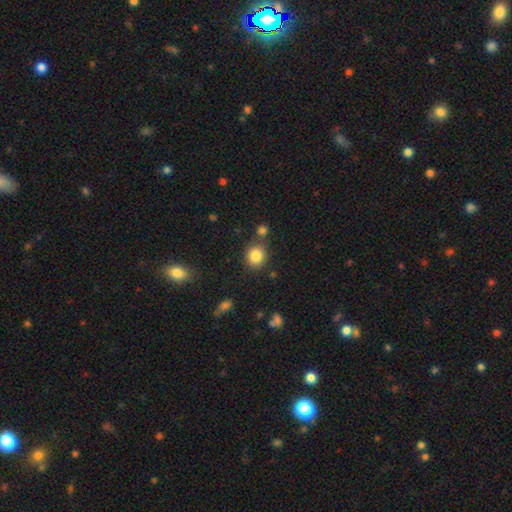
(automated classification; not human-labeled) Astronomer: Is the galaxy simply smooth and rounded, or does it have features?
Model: smooth — 84%.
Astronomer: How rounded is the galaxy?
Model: round — 78%.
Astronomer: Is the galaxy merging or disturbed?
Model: none — 74%.